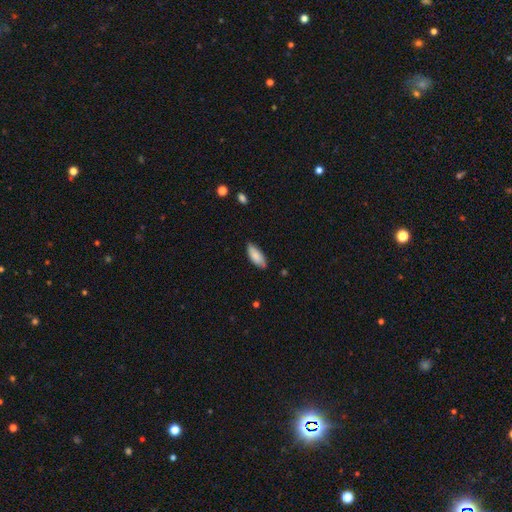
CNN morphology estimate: This is clearly a smooth galaxy (83%). How rounded: clearly in between (81%). Merging: likely none (78%).